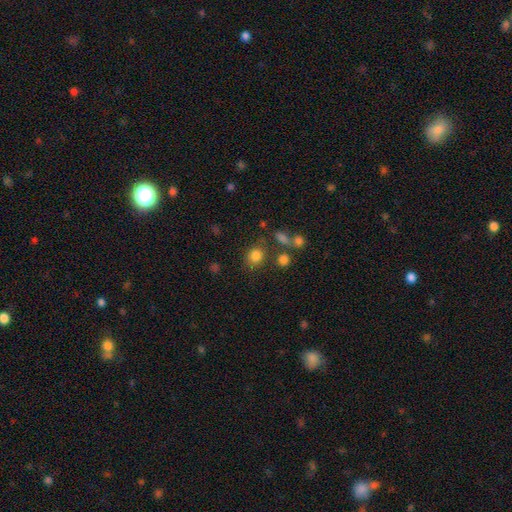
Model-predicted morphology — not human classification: Smooth or featured? Predicted: smooth (p=0.82). How rounded? Predicted: round (p=0.68). Merging? Predicted: none (p=0.75).